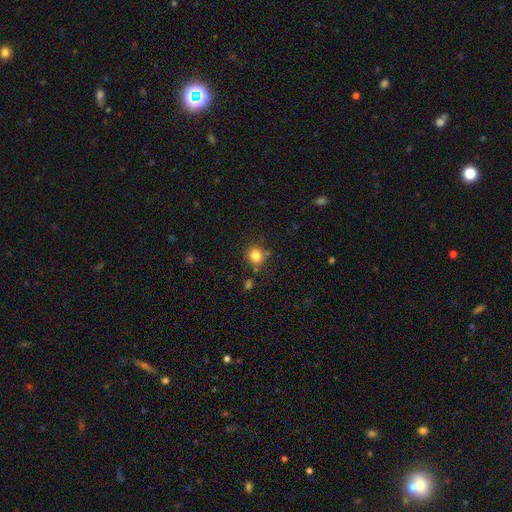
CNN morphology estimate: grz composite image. It shows a smooth galaxy with no disk features (83%) that is round (83%). Merging: none (80%).